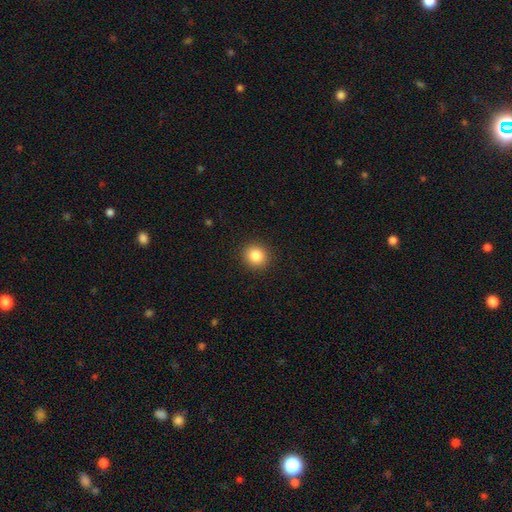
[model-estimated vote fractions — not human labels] smooth 84%, star or artifact 10%, featured or disk 6%. Down the decision tree: how rounded — round (89%); merging — none (92%).